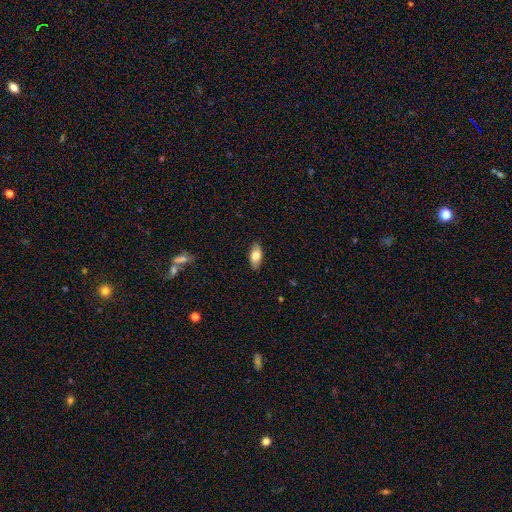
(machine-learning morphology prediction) A smooth galaxy with no disk features (76%) that is in between round and cigar-shaped (86%). Merging: none (87%).